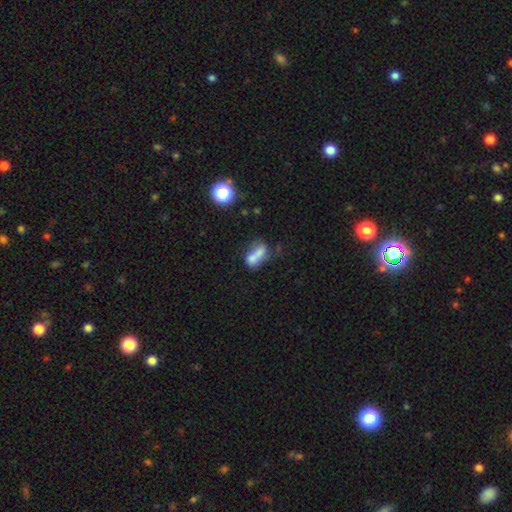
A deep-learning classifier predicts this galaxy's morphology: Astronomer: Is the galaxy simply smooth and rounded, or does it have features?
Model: smooth — 66%.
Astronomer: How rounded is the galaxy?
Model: in between — 72%.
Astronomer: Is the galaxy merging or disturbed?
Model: merger — 55%.